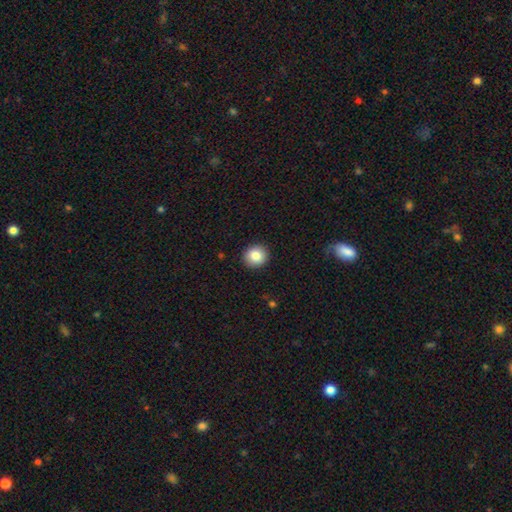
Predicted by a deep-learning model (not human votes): Smooth or featured?
  - smooth: 85% *
  - star or artifact: 9%
  - featured or disk: 6%
How rounded?
  - round: 87% *
  - in between: 12%
  - cigar-shaped: 1%
Merging?
  - none: 92% *
  - minor disturbance: 5%
  - major disturbance: 2%
  - merger: 1%